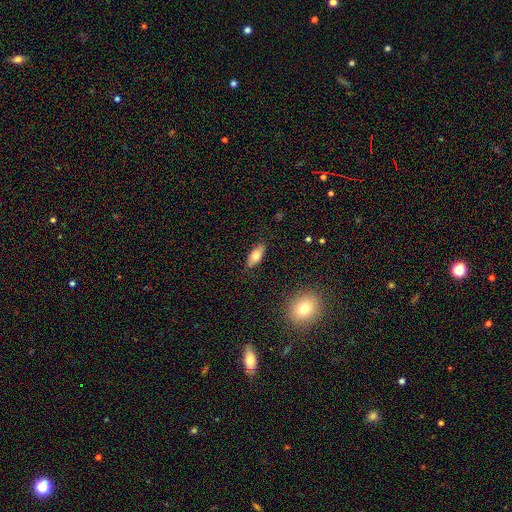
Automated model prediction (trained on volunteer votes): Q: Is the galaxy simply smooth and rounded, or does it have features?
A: smooth — 73%.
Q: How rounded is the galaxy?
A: in between — 83%.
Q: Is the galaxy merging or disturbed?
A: none — 84%.